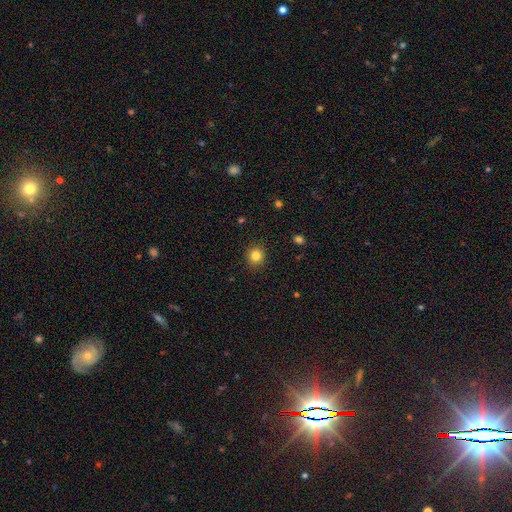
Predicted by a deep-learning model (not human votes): Overall: smooth (83%). How rounded: round (88%). Merging: none (91%).